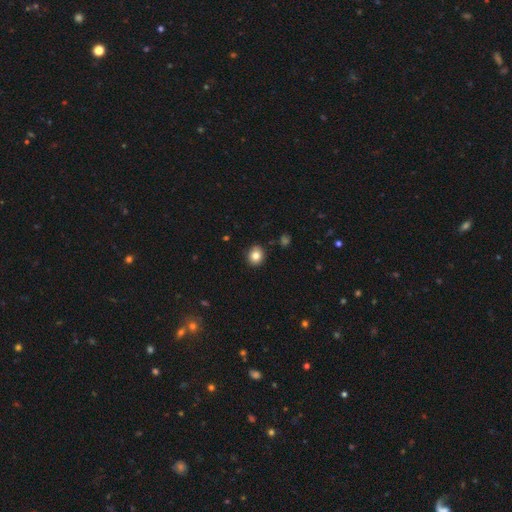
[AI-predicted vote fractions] Smooth or featured? smooth (81%)
How rounded? round (73%)
Merging? none (89%)